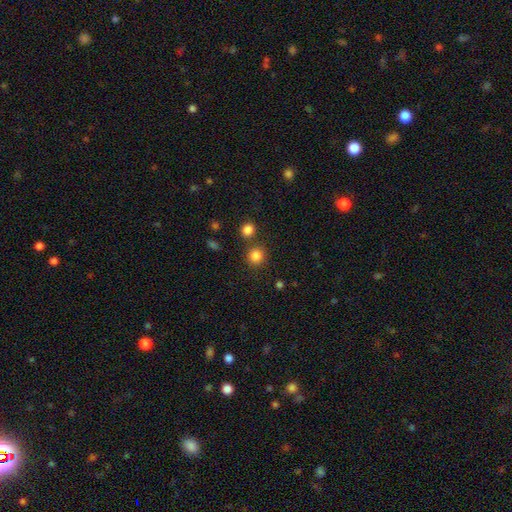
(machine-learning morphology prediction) Q: Smooth or featured?
A: smooth (84%); runner-up: star or artifact (12%)
Q: How rounded?
A: round (90%); runner-up: in between (9%)
Q: Merging?
A: none (78%); runner-up: merger (12%)